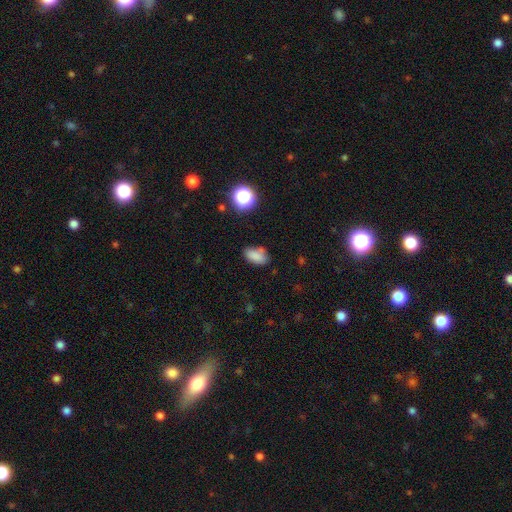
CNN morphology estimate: A smooth galaxy with no disk features (81%) that is in between round and cigar-shaped (89%).

Vote fractions:
- Smooth or featured? smooth: 81% / star or artifact: 12% / featured or disk: 7%
- How rounded? in between: 89% / round: 8% / cigar-shaped: 3%
- Merging? none: 68% / minor disturbance: 21% / merger: 6% / major disturbance: 5%